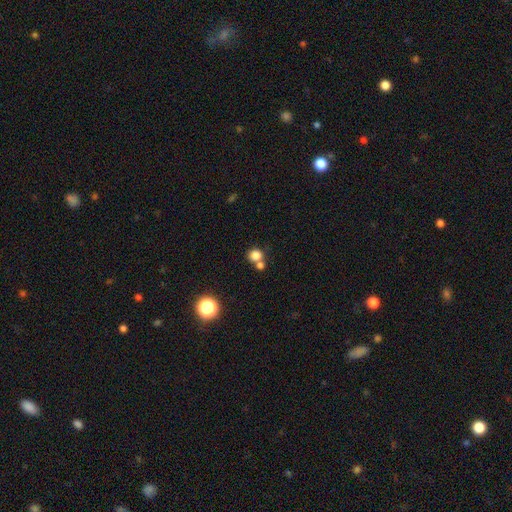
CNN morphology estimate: This appears to be a smooth galaxy with no disk features (80%) that is round (86%). Merging: none (55%).